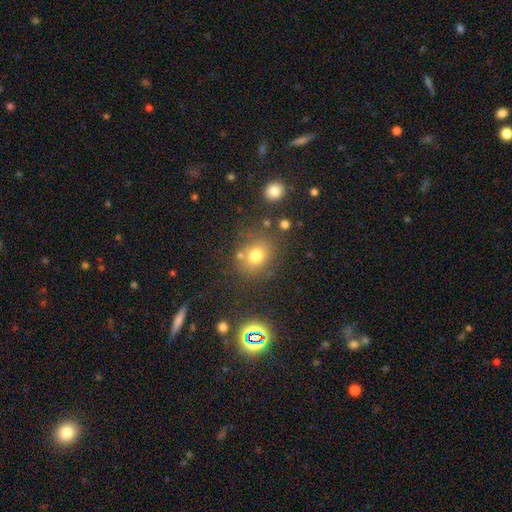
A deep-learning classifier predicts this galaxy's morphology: A smooth galaxy with no disk features (74%) that is round (64%).

Vote fractions:
- Smooth or featured? smooth: 74% / star or artifact: 15% / featured or disk: 11%
- How rounded? round: 64% / in between: 35% / cigar-shaped: 1%
- Merging? none: 74% / minor disturbance: 13% / merger: 8% / major disturbance: 5%